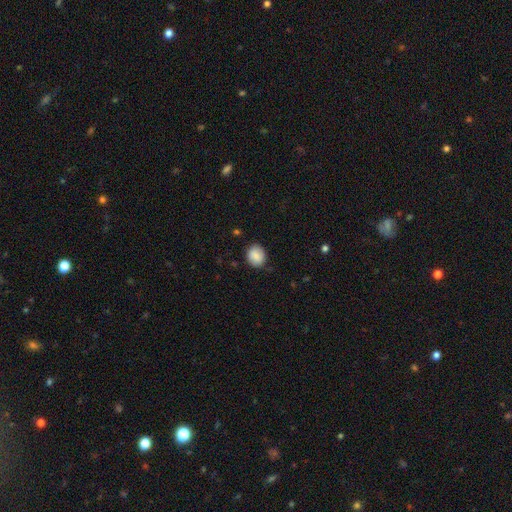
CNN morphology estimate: smooth_or_featured: smooth (p=0.86) [alt: star or artifact p=0.08]
how_rounded: round (p=0.64) [alt: in between p=0.35]
merging: none (p=0.81) [alt: minor disturbance p=0.15]